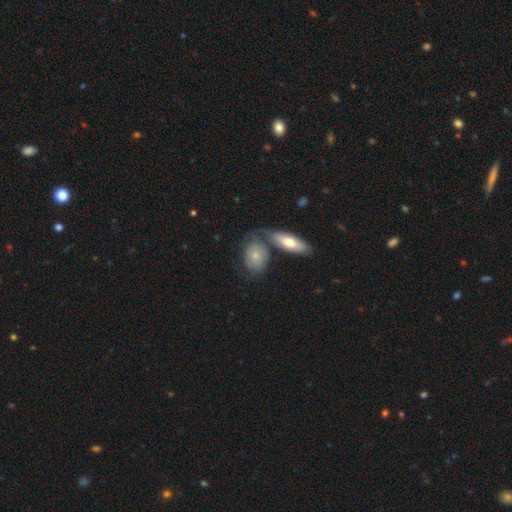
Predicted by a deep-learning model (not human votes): Smooth or featured? smooth (65%)
How rounded? in between (65%)
Merging? none (47%)